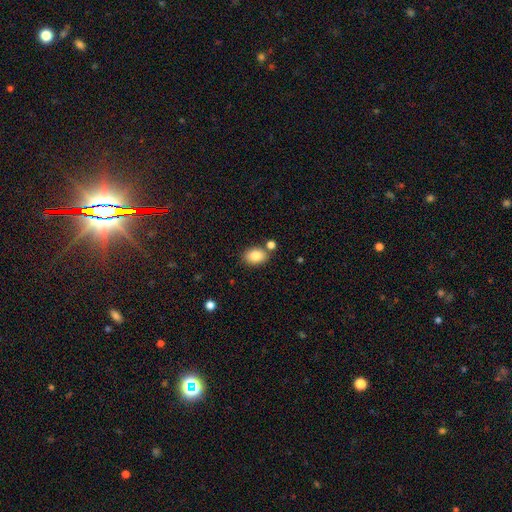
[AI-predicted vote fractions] A smooth galaxy with no disk features (85%) that is in between round and cigar-shaped (82%). Merging: none (75%).